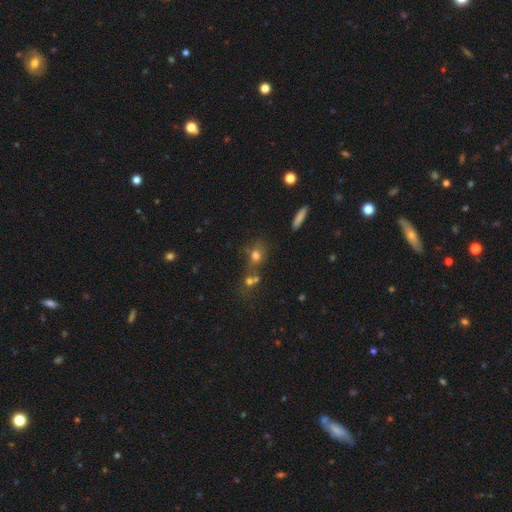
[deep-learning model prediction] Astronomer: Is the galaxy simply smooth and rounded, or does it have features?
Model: smooth — 69%.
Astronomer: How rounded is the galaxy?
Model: round — 56% (runner-up: in between, 40%).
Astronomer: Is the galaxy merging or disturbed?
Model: none — 43% (runner-up: merger, 37%).